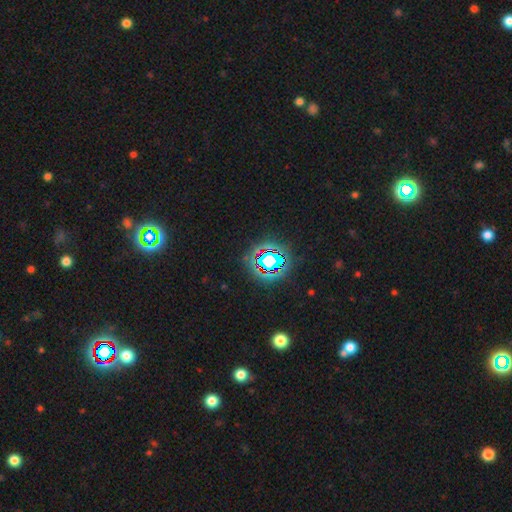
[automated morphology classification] Smooth or featured: star or artifact — 74% (smooth — 16%)